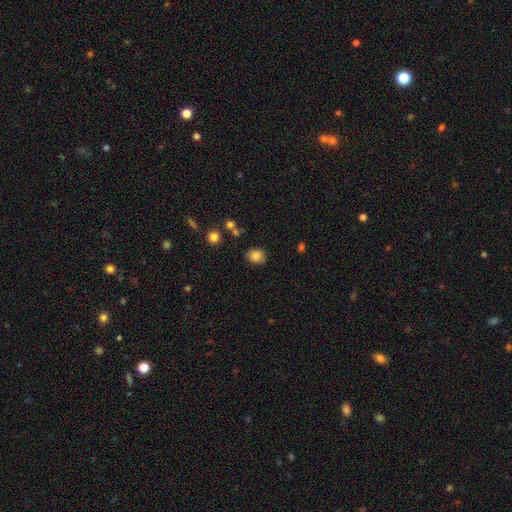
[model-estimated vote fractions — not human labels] smooth-or-featured: smooth: 83% | star or artifact: 10% | featured or disk: 8%
  how-rounded: in between: 51% | round: 48% | cigar-shaped: 1%
  merging: none: 81% | minor disturbance: 13% | merger: 3% | major disturbance: 3%